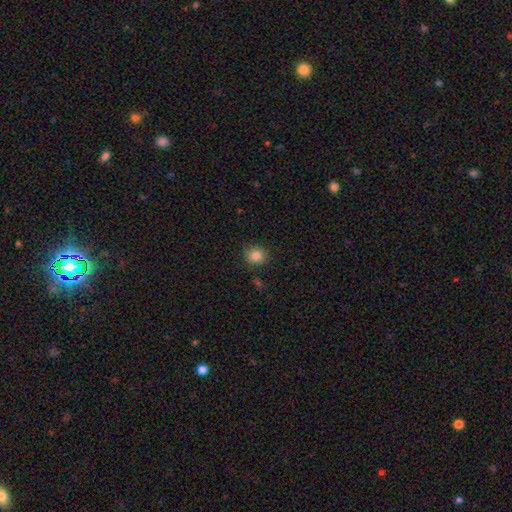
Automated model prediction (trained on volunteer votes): smooth_or_featured: smooth (p=0.84) [alt: star or artifact p=0.11]
how_rounded: round (p=0.83) [alt: in between p=0.16]
merging: none (p=0.88) [alt: minor disturbance p=0.08]